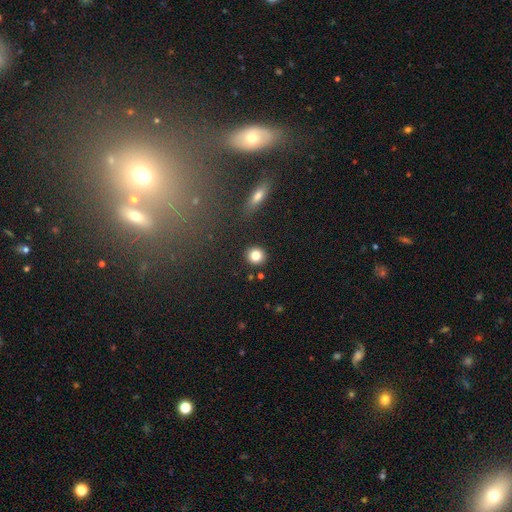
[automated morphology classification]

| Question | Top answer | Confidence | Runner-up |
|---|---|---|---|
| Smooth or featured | smooth | 82% | star or artifact (10%) |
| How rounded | round | 90% | in between (9%) |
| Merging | none | 90% | minor disturbance (6%) |